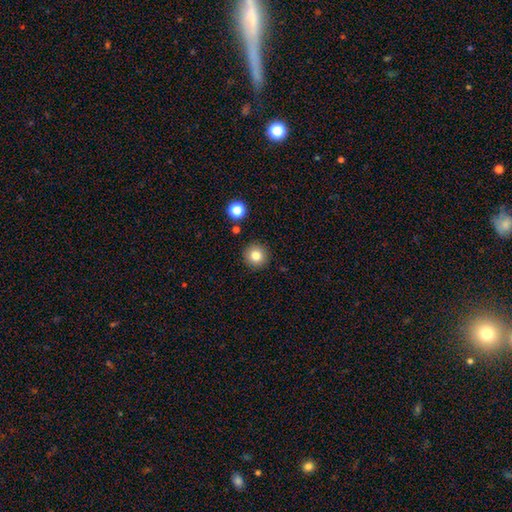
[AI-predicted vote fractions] A smooth galaxy with no disk features (81%) that is round (95%).

Vote fractions:
- Smooth or featured? smooth: 81% / star or artifact: 11% / featured or disk: 8%
- How rounded? round: 95% / in between: 4% / cigar-shaped: 1%
- Merging? none: 90% / minor disturbance: 6% / merger: 2% / major disturbance: 2%